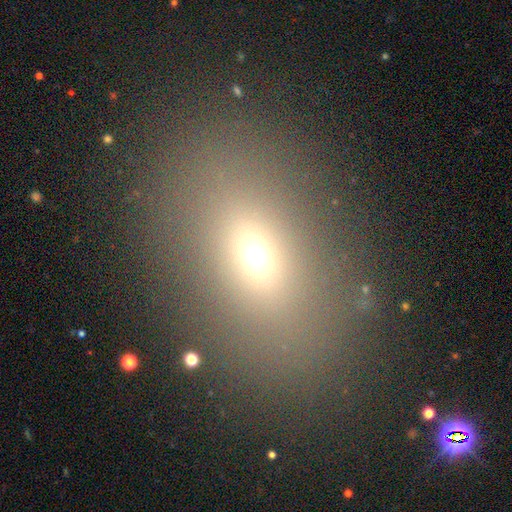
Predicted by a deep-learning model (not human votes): smooth-or-featured: smooth: 58% | star or artifact: 27% | featured or disk: 14%
  how-rounded: in between: 76% | round: 19% | cigar-shaped: 4%
  merging: none: 87% | minor disturbance: 7% | major disturbance: 4% | merger: 2%